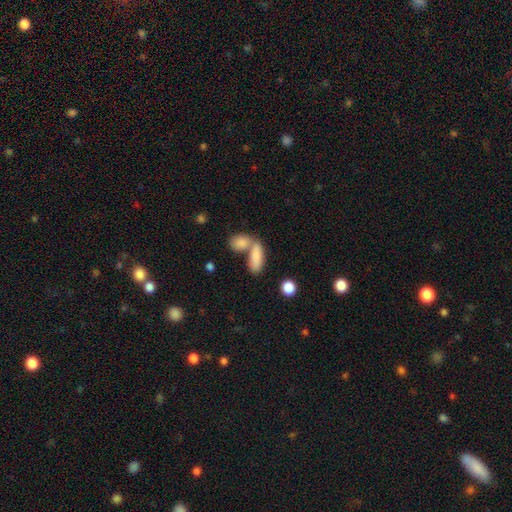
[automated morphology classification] smooth-or-featured: smooth: 84% | featured or disk: 9% | star or artifact: 7%
  how-rounded: in between: 76% | cigar-shaped: 20% | round: 5%
  merging: merger: 50% | none: 37% | minor disturbance: 9% | major disturbance: 4%